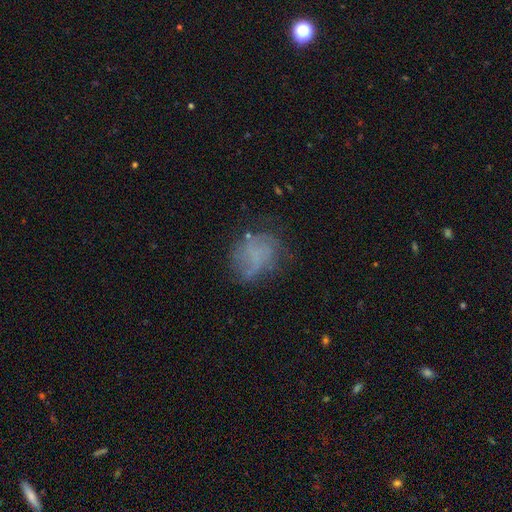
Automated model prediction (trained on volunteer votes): Smooth or featured: smooth — 44% (featured or disk — 42%)
Merging: none — 56% (minor disturbance — 23%)